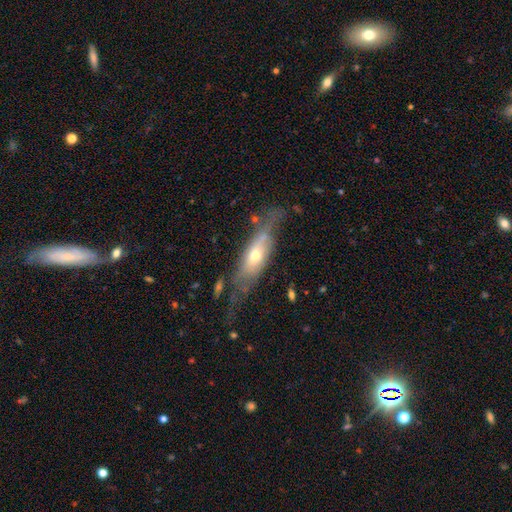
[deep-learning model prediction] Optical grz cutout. It shows a featured or disk galaxy (58%). Merging: none (47%).